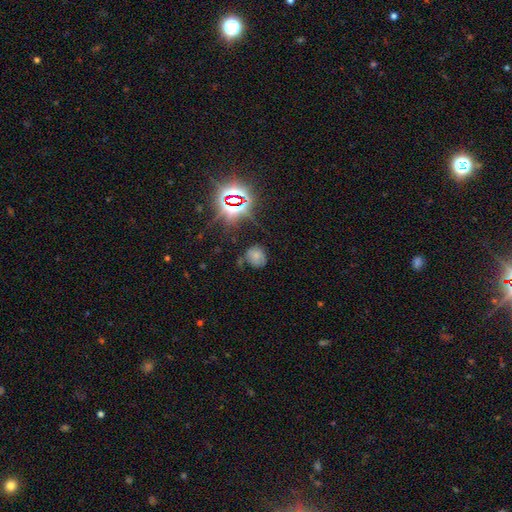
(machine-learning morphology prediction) type=smooth (58%); roundness=round (73%); merging=none (62%).